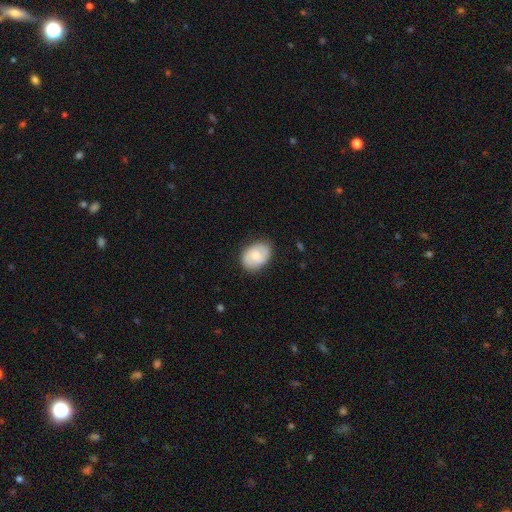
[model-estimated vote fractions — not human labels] Smooth or featured? Predicted: smooth (p=0.62). How rounded? Predicted: in between (p=0.73). Merging? Predicted: none (p=0.80).